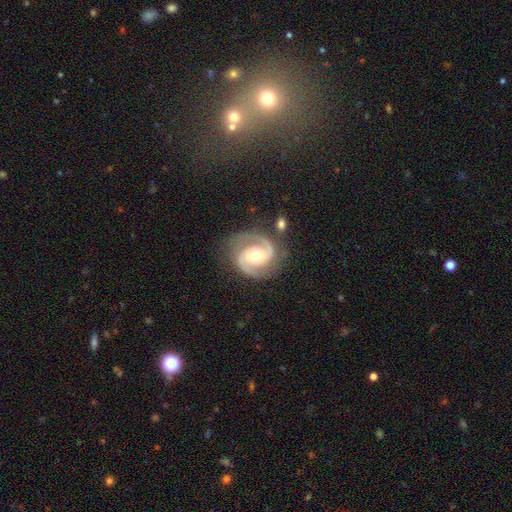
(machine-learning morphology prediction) A featured or disk galaxy (90%) with no bar (42%), 2 (92%) medium (50%) spiral arms (98%) and a moderate central bulge (66%).

Vote fractions:
- Smooth or featured? featured or disk: 90% / smooth: 5% / star or artifact: 5%
- Edge-on disk? no: 98% / yes: 2%
- Bar? no: 42% / weak: 40% / strong: 18%
- Spiral arms? yes: 98% / no: 2%
- Spiral winding? medium: 50% / tight: 41% / loose: 8%
- Spiral arm count? 2: 92% / can't tell: 2% / 3: 2% / 1: 2% / 4: 1% / more than 4: 1%
- Bulge size? moderate: 66% / small: 27% / large: 5% / none: 1% / dominant: 1%
- Merging? none: 78% / minor disturbance: 14% / major disturbance: 5% / merger: 3%